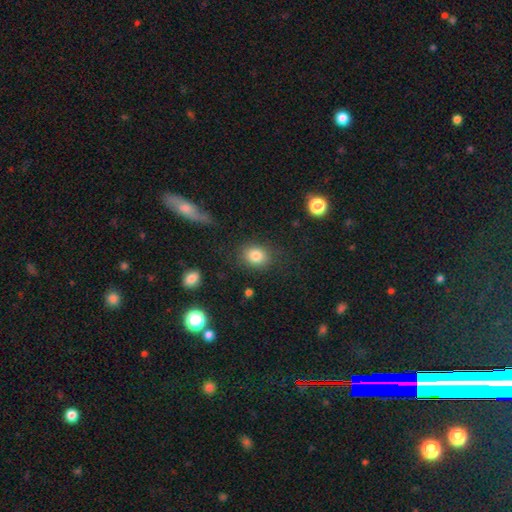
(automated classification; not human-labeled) Q: Smooth or featured?
A: smooth (83%); runner-up: star or artifact (10%)
Q: How rounded?
A: round (59%); runner-up: in between (40%)
Q: Merging?
A: none (83%); runner-up: minor disturbance (11%)